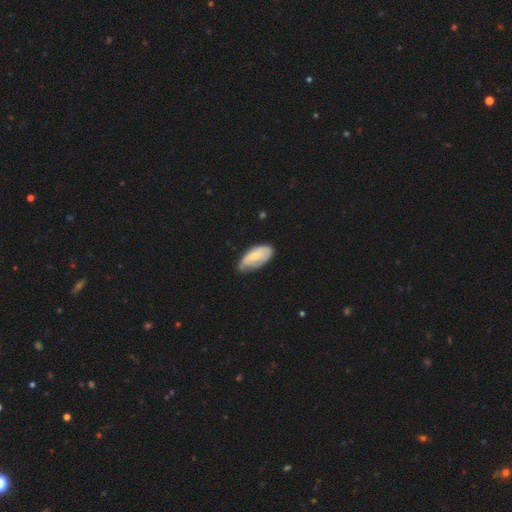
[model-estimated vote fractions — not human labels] The model was most divided on "merging": none: 51%, minor disturbance: 38%, major disturbance: 9%, merger: 2%. More confident: how rounded — in between (91%); smooth or featured — smooth (67%).